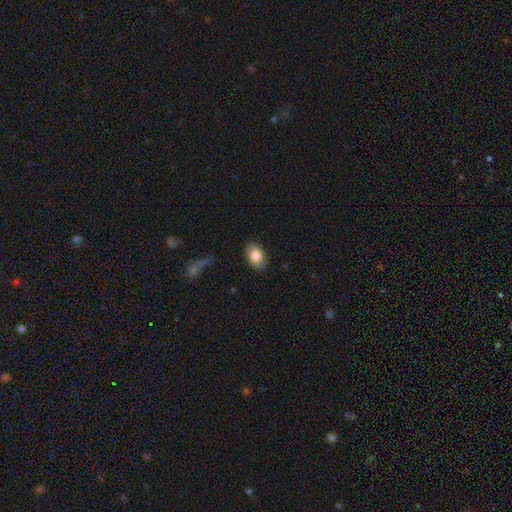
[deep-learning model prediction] smooth_or_featured: smooth (p=0.82) [alt: featured or disk p=0.11]
how_rounded: in between (p=0.89) [alt: round p=0.10]
merging: none (p=0.85) [alt: minor disturbance p=0.11]